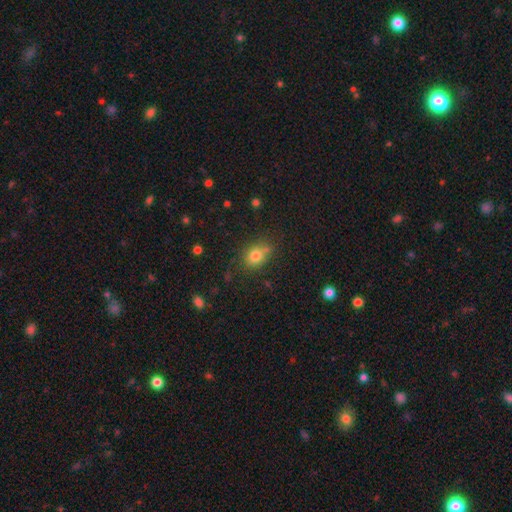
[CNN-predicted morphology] Smooth or featured? Predicted: smooth (p=0.77). How rounded? Predicted: round (p=0.52). Merging? Predicted: none (p=0.60).